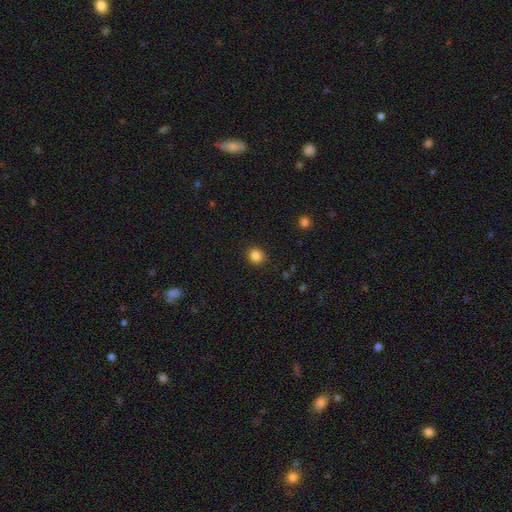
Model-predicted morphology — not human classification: This is clearly a smooth galaxy (85%). How rounded: likely round (79%). Merging: clearly none (89%).